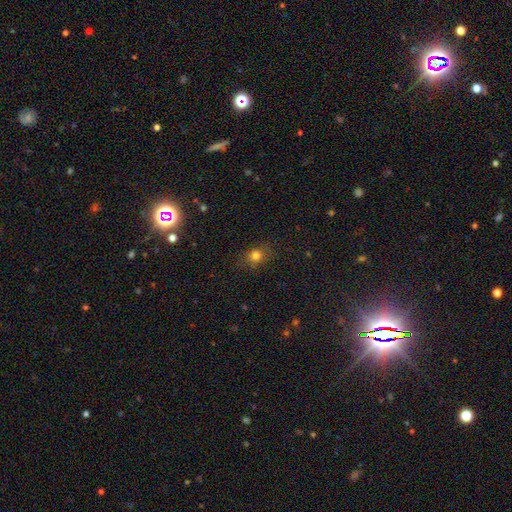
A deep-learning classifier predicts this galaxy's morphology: smooth_or_featured: smooth (p=0.77) [alt: star or artifact p=0.16]
how_rounded: round (p=0.67) [alt: in between p=0.32]
merging: none (p=0.82) [alt: minor disturbance p=0.12]